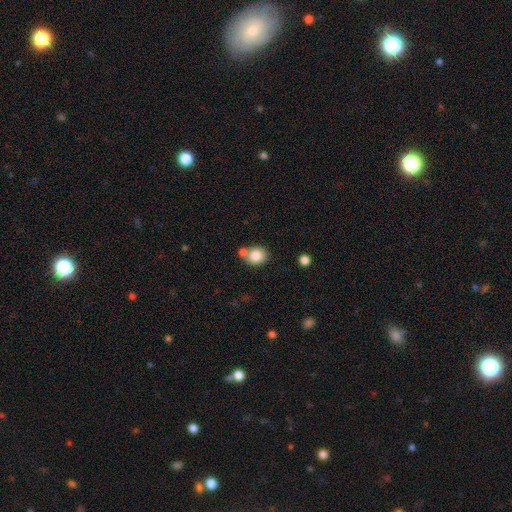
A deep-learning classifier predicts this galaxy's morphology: A smooth galaxy with no disk features (83%) that is round (77%).

Vote fractions:
- Smooth or featured? smooth: 83% / star or artifact: 9% / featured or disk: 8%
- How rounded? round: 77% / in between: 22% / cigar-shaped: 1%
- Merging? none: 57% / merger: 28% / minor disturbance: 11% / major disturbance: 4%